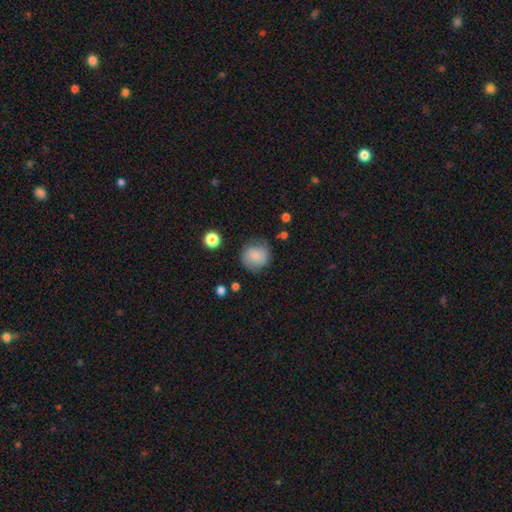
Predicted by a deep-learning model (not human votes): The model was most divided on "merging": none: 70%, minor disturbance: 21%, major disturbance: 8%, merger: 2%. More confident: how rounded — round (88%); smooth or featured — smooth (79%).